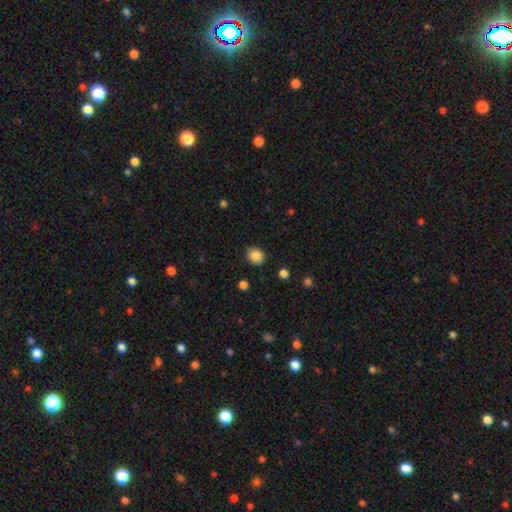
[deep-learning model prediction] This appears to be a smooth galaxy with no disk features (85%) that is round (72%). Merging: none (84%).